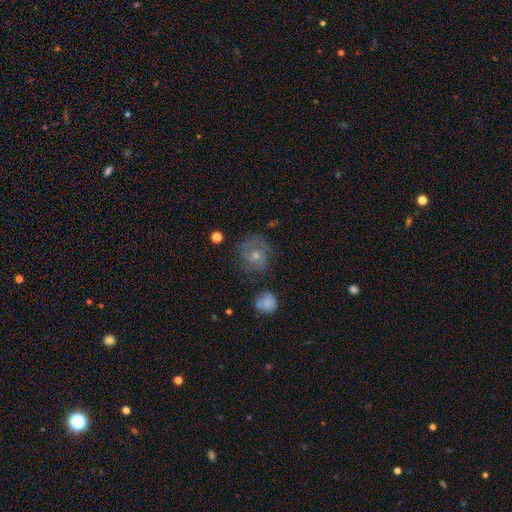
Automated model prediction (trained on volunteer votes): This appears to be a featured or disk galaxy (56%) with no bar (73%), spiral arms (78%) and a moderate central bulge (49%). Merging: none (68%).